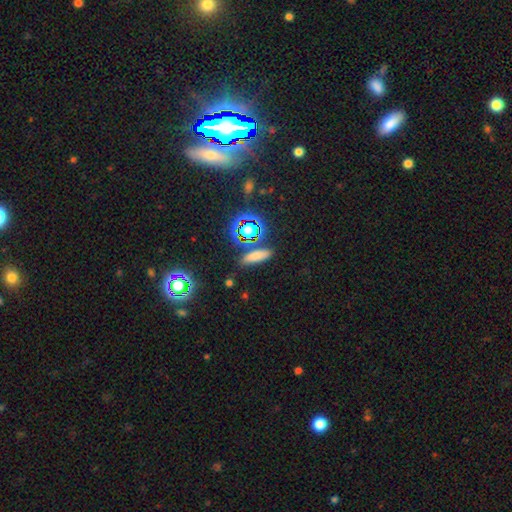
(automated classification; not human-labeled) Q: Smooth or featured?
A: smooth (64%); runner-up: star or artifact (24%)
Q: How rounded?
A: cigar-shaped (49%); runner-up: in between (45%)
Q: Merging?
A: none (80%); runner-up: minor disturbance (11%)